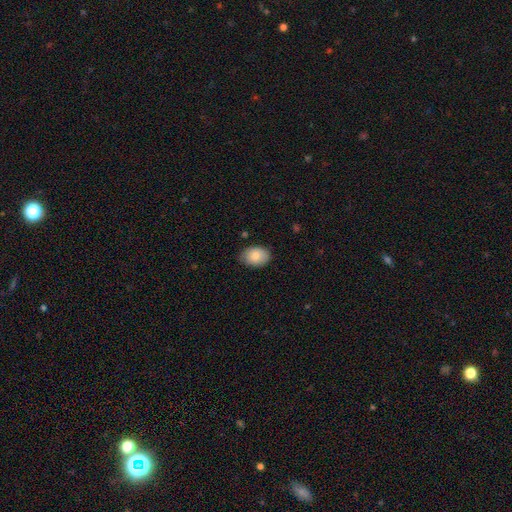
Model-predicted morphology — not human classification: This is clearly a smooth galaxy (83%). How rounded: clearly in between (83%). Merging: likely none (79%).